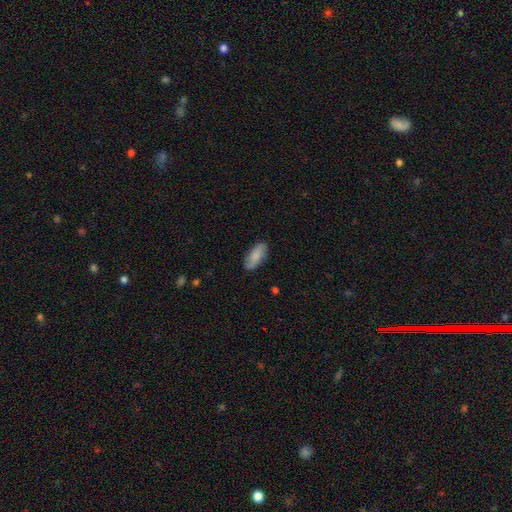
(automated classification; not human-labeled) This is likely a smooth galaxy (79%). How rounded: clearly in between (84%). Merging: clearly none (86%).